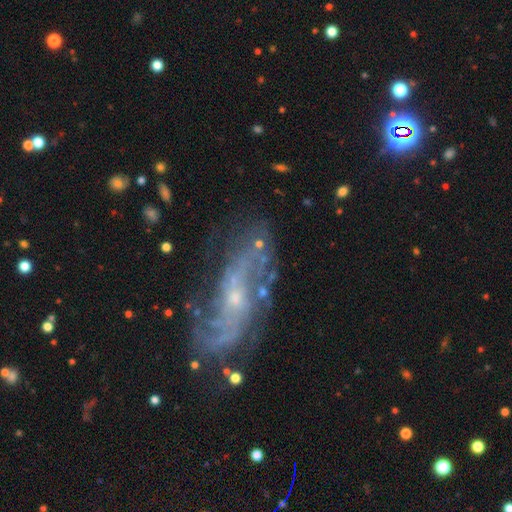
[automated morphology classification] This appears to be a featured or disk galaxy (82%) with no bar (61%), 2 (39%) loose (39%) spiral arms (87%) and a small central bulge (67%). Merging: none (63%).